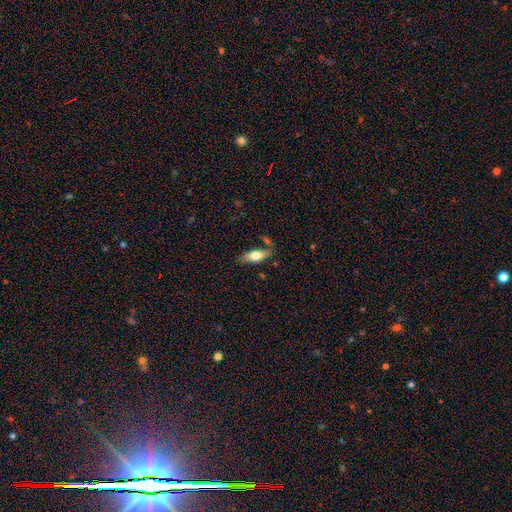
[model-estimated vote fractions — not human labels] smooth_or_featured: smooth (p=0.67) [alt: featured or disk p=0.27]
how_rounded: in between (p=0.67) [alt: cigar-shaped p=0.30]
merging: none (p=0.73) [alt: minor disturbance p=0.16]